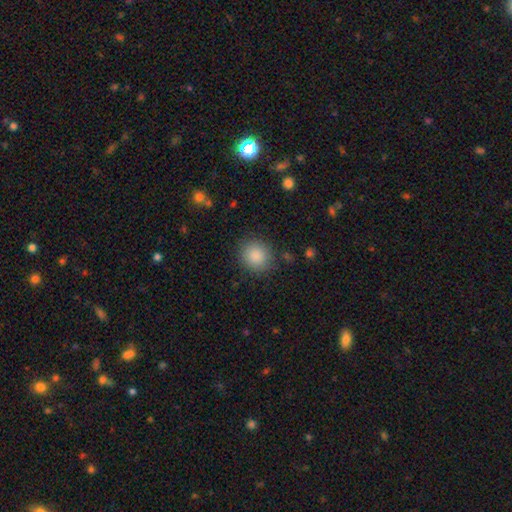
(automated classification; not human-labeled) This appears to be a smooth galaxy with no disk features (88%) that is round (86%). Merging: none (86%).